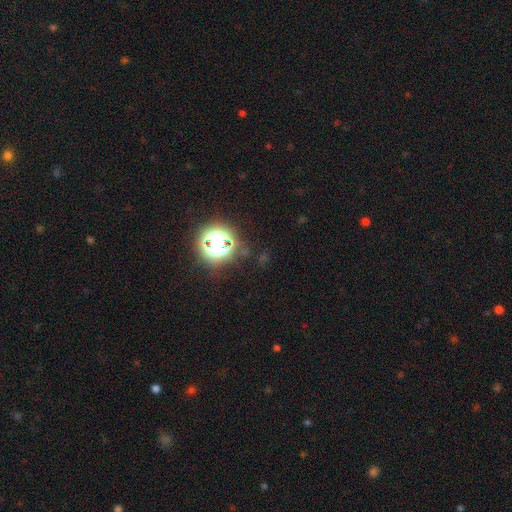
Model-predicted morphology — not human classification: Smooth or featured?
  - star or artifact: 81% *
  - smooth: 13%
  - featured or disk: 6%